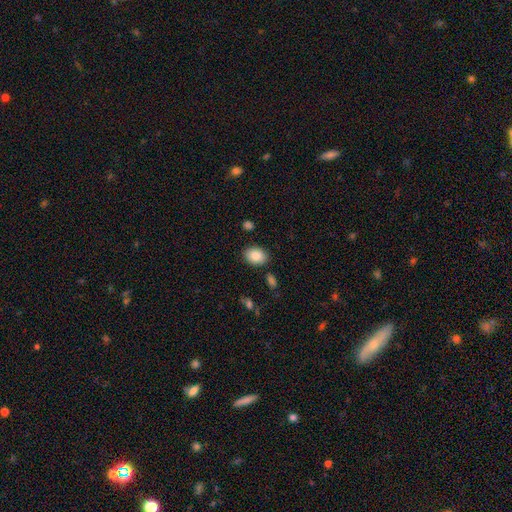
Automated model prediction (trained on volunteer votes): smooth_or_featured: smooth (p=0.87) [alt: star or artifact p=0.07]
how_rounded: in between (p=0.71) [alt: round p=0.28]
merging: none (p=0.85) [alt: minor disturbance p=0.10]